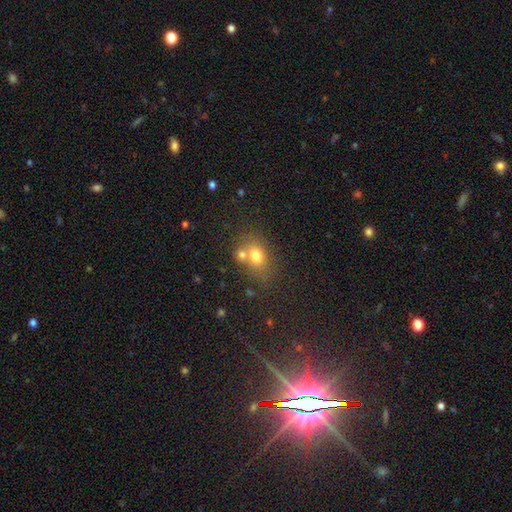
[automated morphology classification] This appears to be a smooth galaxy with no disk features (73%) that is in between round and cigar-shaped (54%). Merging: none (48%).